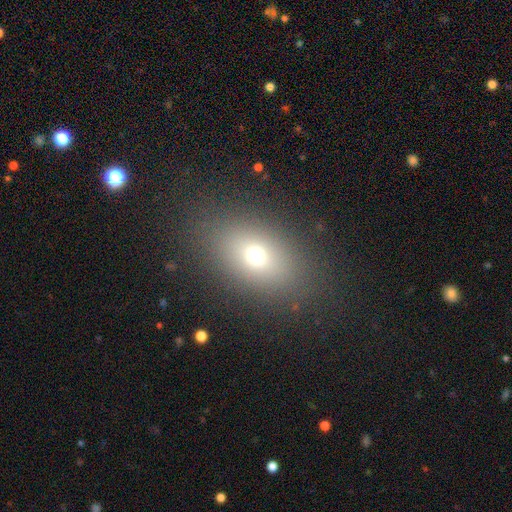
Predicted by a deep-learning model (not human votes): smooth-or-featured: smooth: 67% | star or artifact: 17% | featured or disk: 16%
  how-rounded: in between: 78% | round: 19% | cigar-shaped: 3%
  merging: none: 84% | minor disturbance: 9% | major disturbance: 5% | merger: 1%